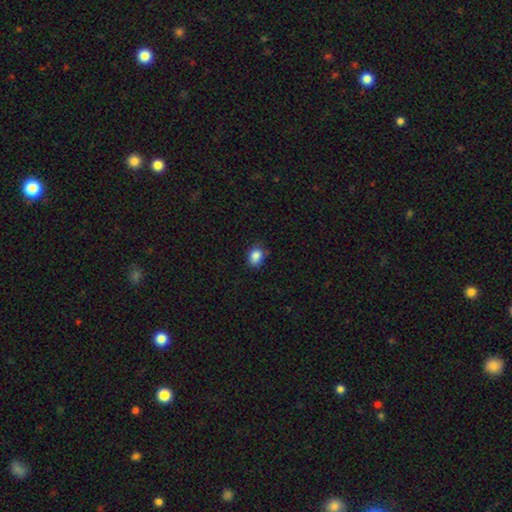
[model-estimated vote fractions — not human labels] smooth-or-featured: smooth: 86% | star or artifact: 10% | featured or disk: 4%
  how-rounded: in between: 59% | round: 40% | cigar-shaped: 1%
  merging: none: 73% | minor disturbance: 21% | major disturbance: 4% | merger: 2%